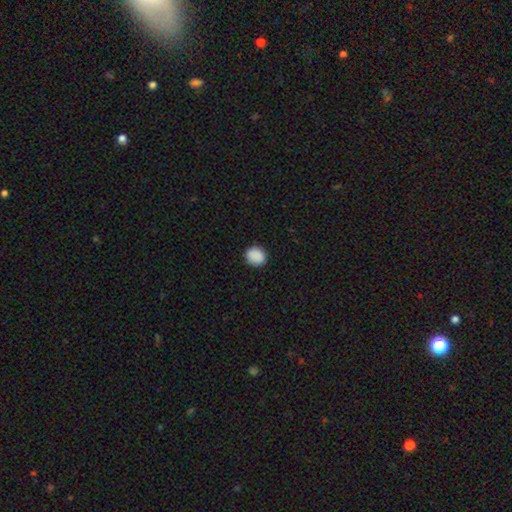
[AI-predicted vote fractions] smooth_or_featured: smooth (p=0.89) [alt: star or artifact p=0.08]
how_rounded: round (p=0.74) [alt: in between p=0.25]
merging: none (p=0.90) [alt: minor disturbance p=0.08]